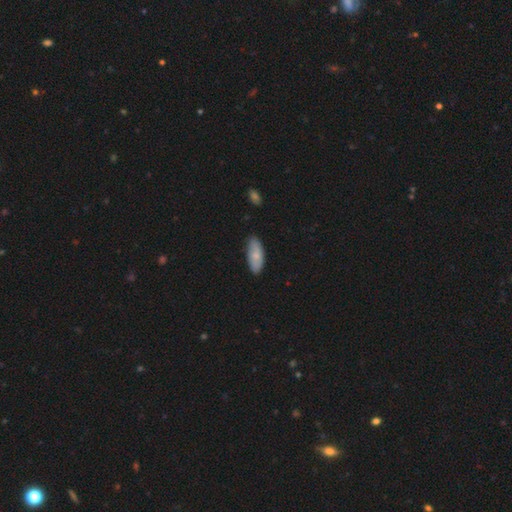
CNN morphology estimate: smooth 76%, featured or disk 18%, star or artifact 6%. Down the decision tree: how rounded — in between (81%); merging — none (81%).